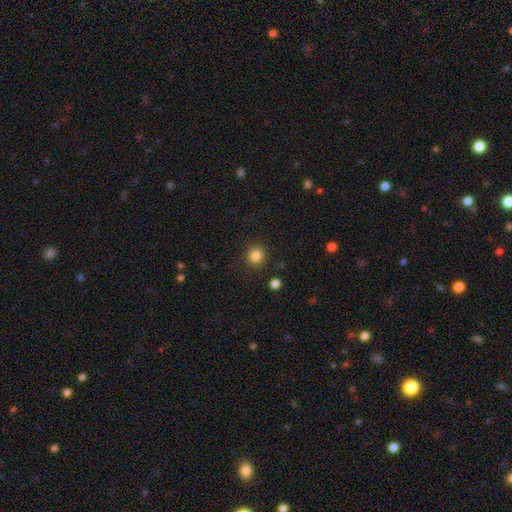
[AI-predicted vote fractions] Q: Smooth or featured?
A: smooth (85%); runner-up: star or artifact (11%)
Q: How rounded?
A: round (90%); runner-up: in between (9%)
Q: Merging?
A: none (89%); runner-up: minor disturbance (7%)